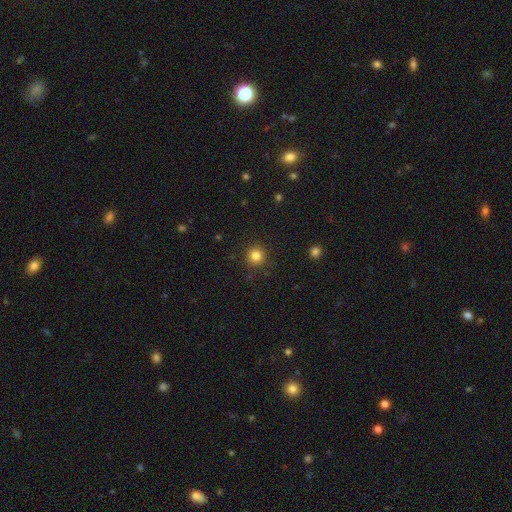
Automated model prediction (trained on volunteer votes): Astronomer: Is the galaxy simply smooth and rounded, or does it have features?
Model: smooth — 82%.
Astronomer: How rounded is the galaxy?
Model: round — 94%.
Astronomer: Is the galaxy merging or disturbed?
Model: none — 91%.